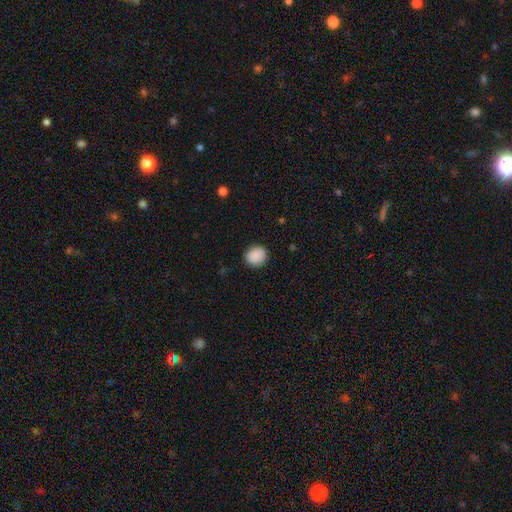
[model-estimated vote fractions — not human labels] A smooth galaxy with no disk features (89%) that is round (80%).

Vote fractions:
- Smooth or featured? smooth: 89% / star or artifact: 8% / featured or disk: 3%
- How rounded? round: 80% / in between: 19% / cigar-shaped: 1%
- Merging? none: 88% / minor disturbance: 9% / major disturbance: 2% / merger: 1%